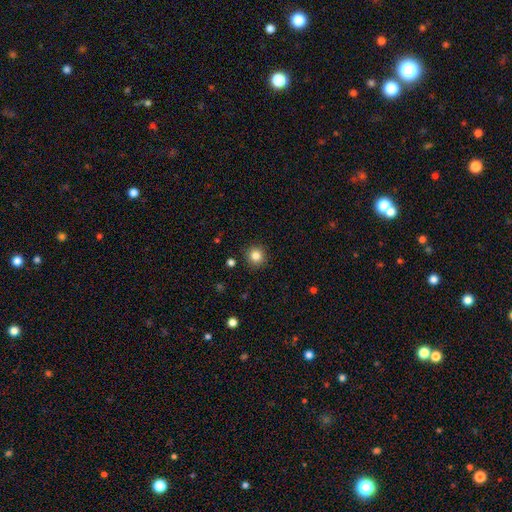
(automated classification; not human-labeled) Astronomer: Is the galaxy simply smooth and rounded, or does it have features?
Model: smooth — 83%.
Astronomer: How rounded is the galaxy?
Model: round — 94%.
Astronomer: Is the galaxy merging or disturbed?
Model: none — 90%.